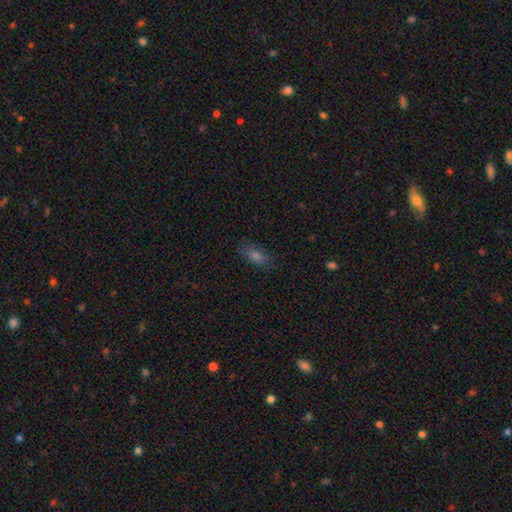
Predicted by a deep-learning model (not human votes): The model was most divided on "smooth or featured": smooth: 67%, star or artifact: 19%, featured or disk: 14%. More confident: merging — none (82%); how rounded — in between (80%).